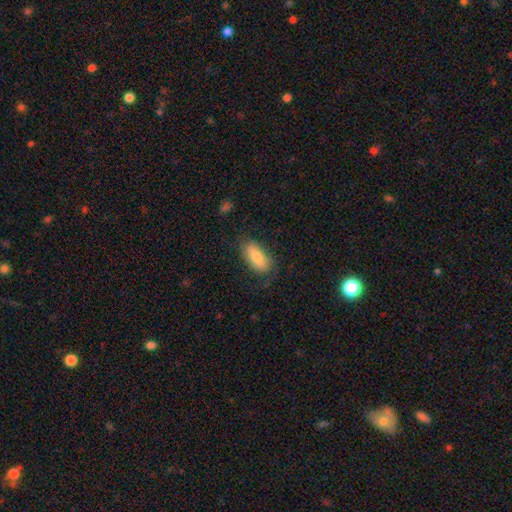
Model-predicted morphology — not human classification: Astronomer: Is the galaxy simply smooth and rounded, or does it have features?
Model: smooth — 78%.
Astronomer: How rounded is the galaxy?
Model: in between — 86%.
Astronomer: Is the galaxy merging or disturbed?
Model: none — 73%.